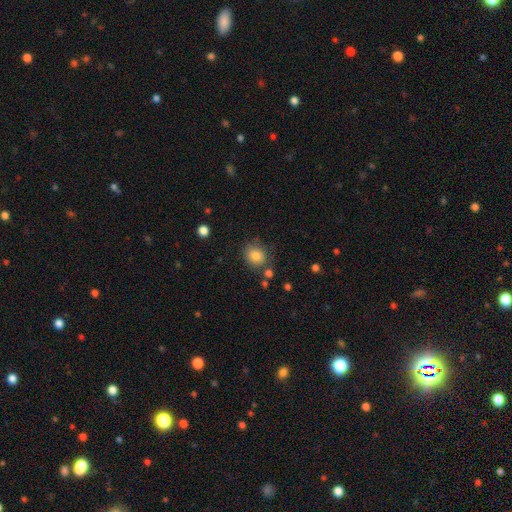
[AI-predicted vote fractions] Q: Smooth or featured?
A: smooth (83%); runner-up: star or artifact (10%)
Q: How rounded?
A: round (75%); runner-up: in between (24%)
Q: Merging?
A: none (75%); runner-up: minor disturbance (14%)